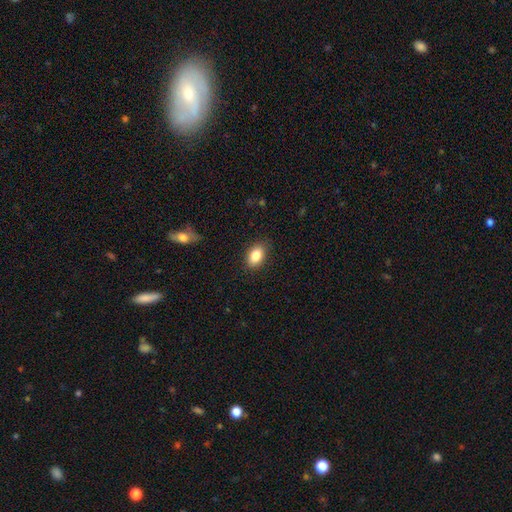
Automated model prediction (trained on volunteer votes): Overall: smooth (85%). How rounded: in between (87%). Merging: none (87%).